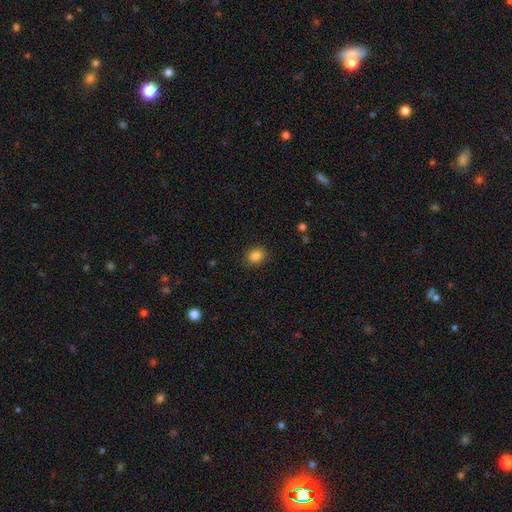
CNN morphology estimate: Smooth or featured?
  - smooth: 86% *
  - star or artifact: 10%
  - featured or disk: 4%
How rounded?
  - round: 56% *
  - in between: 43%
  - cigar-shaped: 1%
Merging?
  - none: 84% *
  - minor disturbance: 11%
  - major disturbance: 3%
  - merger: 1%